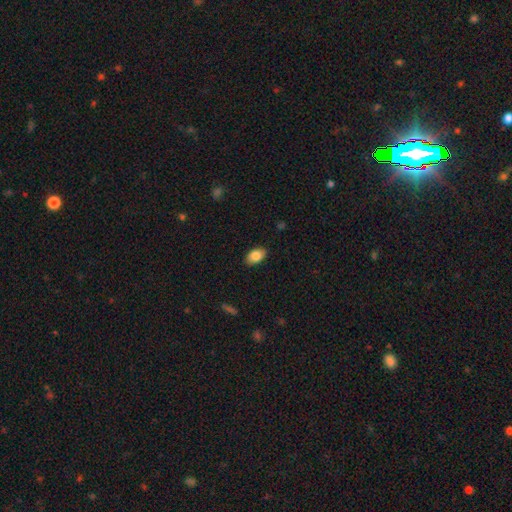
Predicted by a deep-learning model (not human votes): Smooth or featured: smooth — 84% (featured or disk — 9%)
How rounded: in between — 90% (round — 8%)
Merging: none — 88% (minor disturbance — 9%)